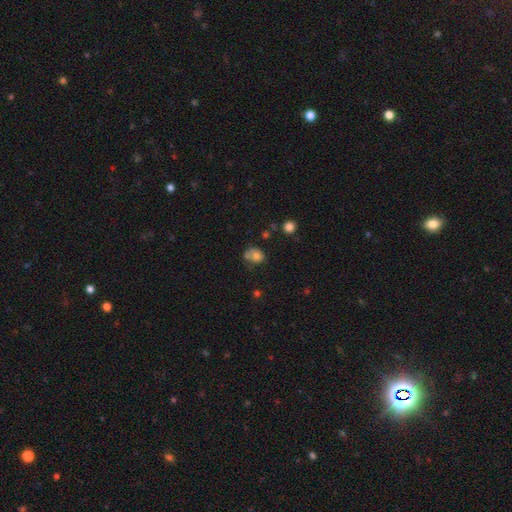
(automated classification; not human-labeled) Smooth or featured? smooth (73%)
How rounded? in between (52%)
Merging? none (42%)